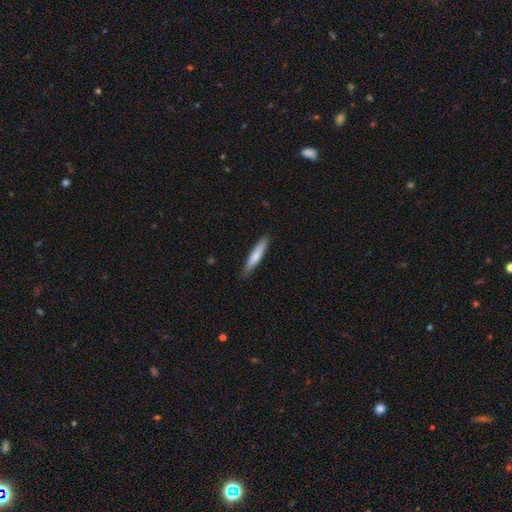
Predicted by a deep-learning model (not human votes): smooth-or-featured: smooth: 73% | featured or disk: 22% | star or artifact: 5%
  how-rounded: cigar-shaped: 89% | in between: 9% | round: 1%
  merging: none: 86% | minor disturbance: 11% | major disturbance: 2% | merger: 1%